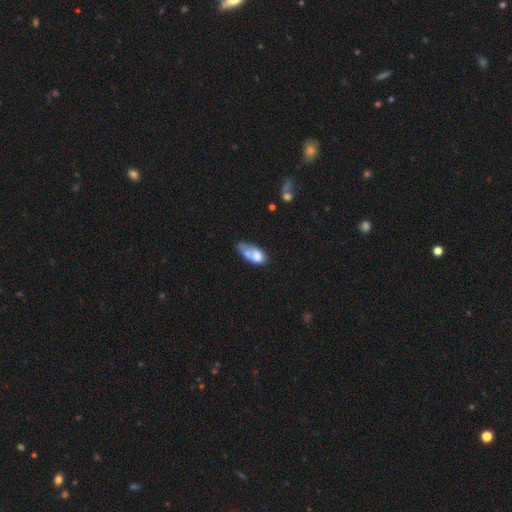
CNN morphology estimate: The model was most divided on "merging": merger: 38%, none: 22%, minor disturbance: 20%, major disturbance: 20%. More confident: how rounded — in between (81%); smooth or featured — smooth (61%).